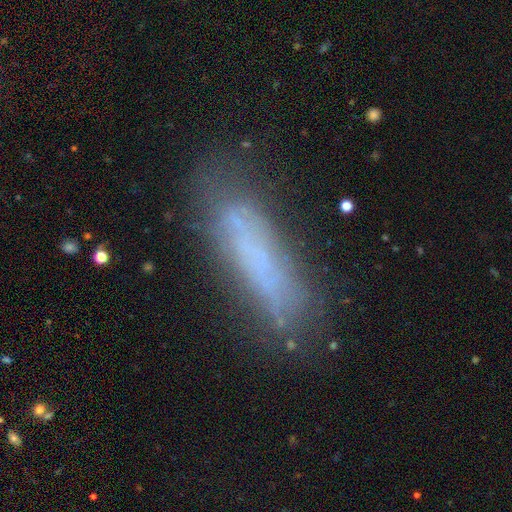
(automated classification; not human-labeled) Q: Smooth or featured?
A: smooth (54%); runner-up: featured or disk (34%)
Q: How rounded?
A: cigar-shaped (76%); runner-up: in between (22%)
Q: Merging?
A: none (68%); runner-up: minor disturbance (20%)